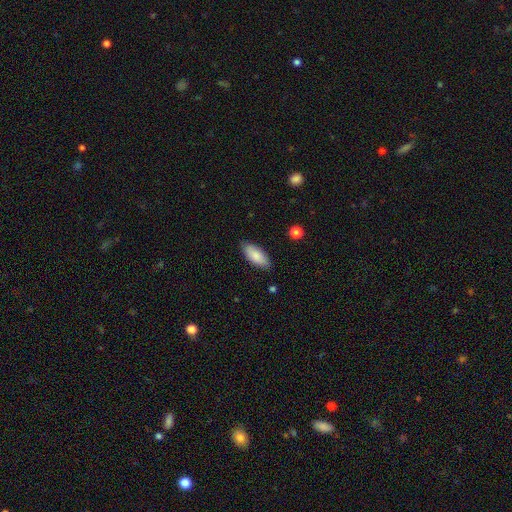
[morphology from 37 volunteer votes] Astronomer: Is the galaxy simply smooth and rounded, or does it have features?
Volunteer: smooth — 76%.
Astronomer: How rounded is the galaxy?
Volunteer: in between — 89%.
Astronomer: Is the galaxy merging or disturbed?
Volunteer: none — 94%.